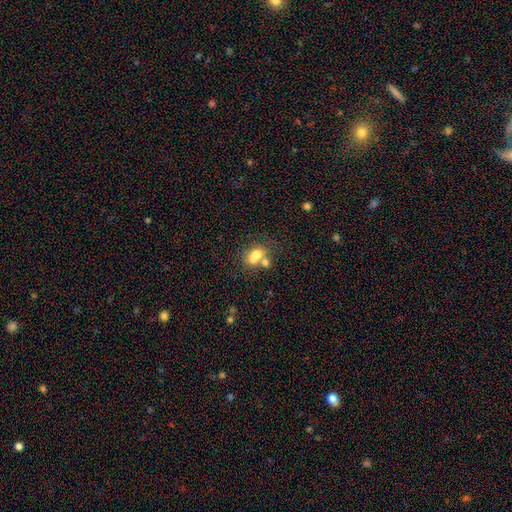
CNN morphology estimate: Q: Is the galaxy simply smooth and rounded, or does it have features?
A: smooth — 69%.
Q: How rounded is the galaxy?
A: in between — 70%.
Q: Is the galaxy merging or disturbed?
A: merger — 50%.